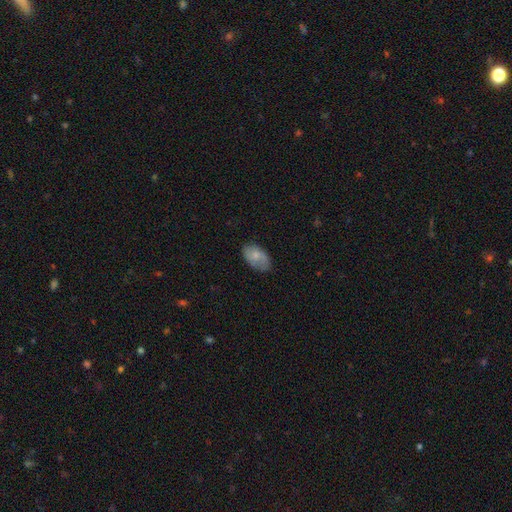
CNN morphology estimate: smooth 66%, featured or disk 27%, star or artifact 7%. Down the decision tree: how rounded — in between (92%); merging — none (72%).